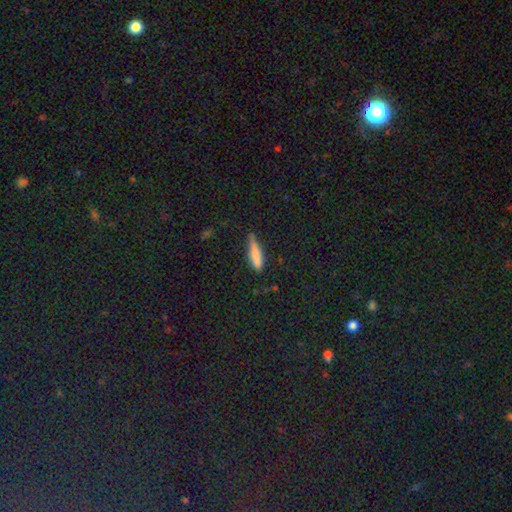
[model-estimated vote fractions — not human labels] This appears to be a smooth galaxy with no disk features (79%) that is cigar-shaped (74%). Merging: none (59%).